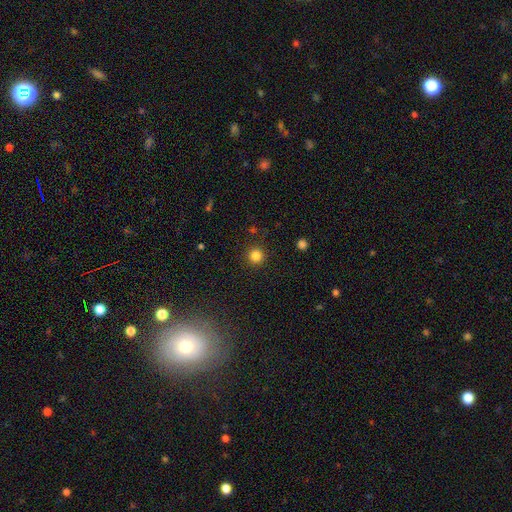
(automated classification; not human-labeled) A smooth galaxy with no disk features (83%) that is round (95%). Merging: none (90%).